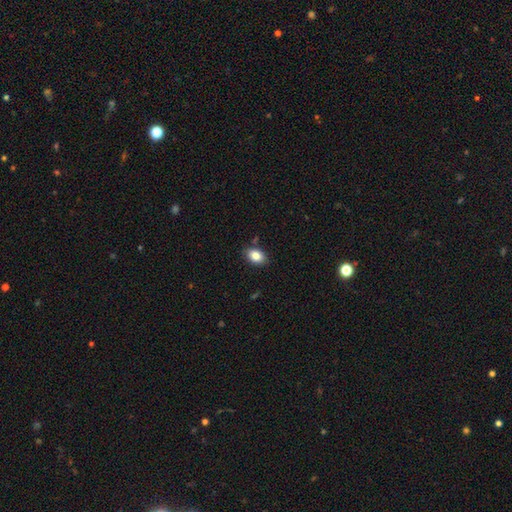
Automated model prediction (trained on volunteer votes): The model was most divided on "how rounded": in between: 82%, round: 17%, cigar-shaped: 1%. More confident: merging — none (84%); smooth or featured — smooth (84%).